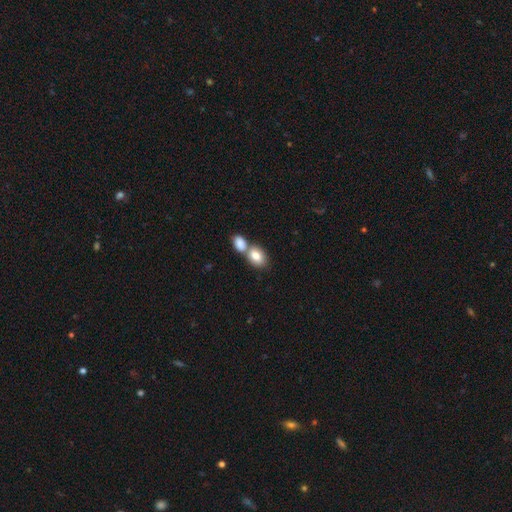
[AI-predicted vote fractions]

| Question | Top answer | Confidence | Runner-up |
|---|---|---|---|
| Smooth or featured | smooth | 81% | featured or disk (12%) |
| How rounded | in between | 77% | round (22%) |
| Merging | merger | 58% | none (31%) |